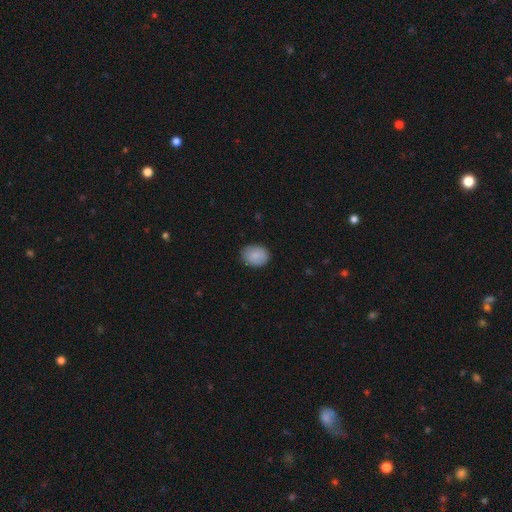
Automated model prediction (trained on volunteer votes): A smooth galaxy with no disk features (87%) that is in between round and cigar-shaped (58%).

Vote fractions:
- Smooth or featured? smooth: 87% / star or artifact: 7% / featured or disk: 6%
- How rounded? in between: 58% / round: 41% / cigar-shaped: 1%
- Merging? none: 86% / minor disturbance: 11% / major disturbance: 2% / merger: 1%